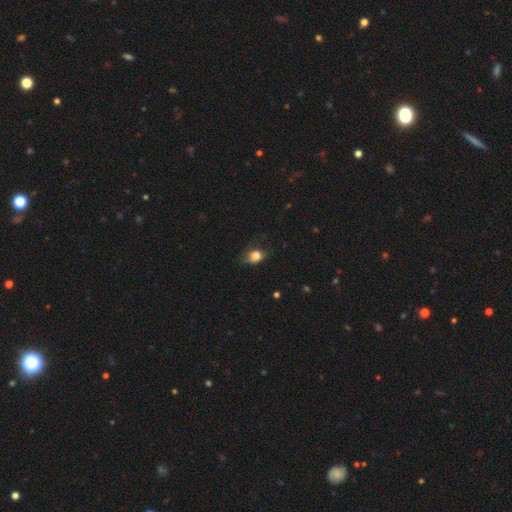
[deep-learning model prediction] This is likely a smooth galaxy (78%). How rounded: possibly in between (55%). Merging: possibly none (52%).